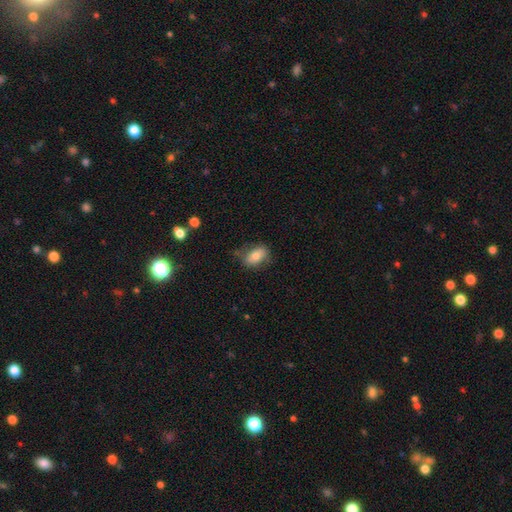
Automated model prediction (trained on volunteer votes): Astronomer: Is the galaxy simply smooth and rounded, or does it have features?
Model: smooth — 75%.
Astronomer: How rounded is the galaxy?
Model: in between — 86%.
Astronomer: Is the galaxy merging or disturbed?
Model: none — 67%.